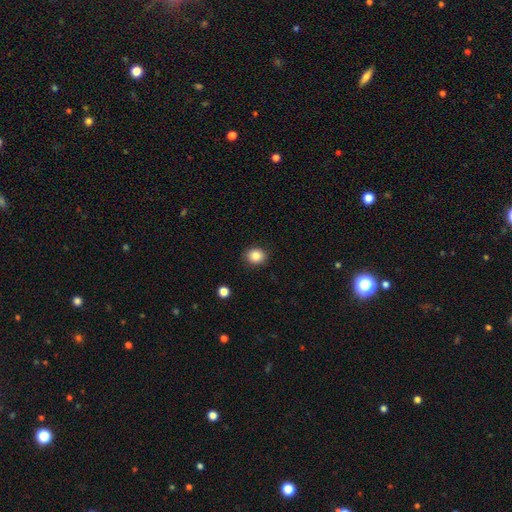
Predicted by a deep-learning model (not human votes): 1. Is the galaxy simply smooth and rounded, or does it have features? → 85% smooth, 10% star or artifact, 5% featured or disk.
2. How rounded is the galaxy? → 70% round, 30% in between, 1% cigar-shaped.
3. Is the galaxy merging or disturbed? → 89% none, 7% minor disturbance, 2% major disturbance, 1% merger.